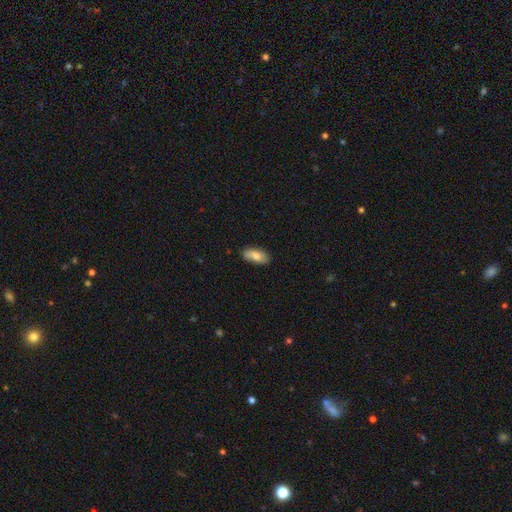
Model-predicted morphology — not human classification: This appears to be a smooth galaxy with no disk features (76%) that is in between round and cigar-shaped (89%). Merging: none (81%).